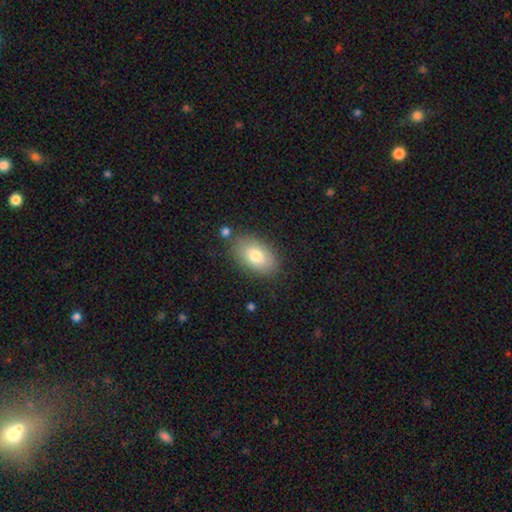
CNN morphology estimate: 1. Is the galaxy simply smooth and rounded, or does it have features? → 78% smooth, 15% featured or disk, 7% star or artifact.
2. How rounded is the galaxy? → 90% in between, 8% round, 1% cigar-shaped.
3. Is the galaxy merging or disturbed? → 80% none, 13% minor disturbance, 3% merger, 3% major disturbance.